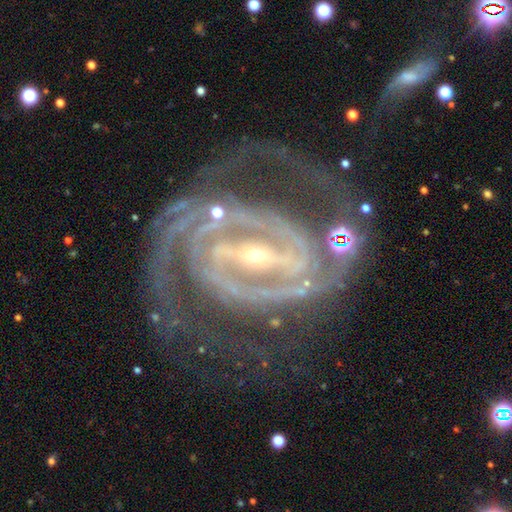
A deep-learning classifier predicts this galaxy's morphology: Q: Smooth or featured?
A: featured or disk (92%); runner-up: star or artifact (5%)
Q: Edge-on disk?
A: no (96%); runner-up: yes (4%)
Q: Bar?
A: strong (77%); runner-up: weak (17%)
Q: Spiral arms?
A: yes (97%); runner-up: no (3%)
Q: Spiral winding?
A: tight (62%); runner-up: medium (32%)
Q: Spiral arm count?
A: 2 (60%); runner-up: can't tell (12%)
Q: Bulge size?
A: small (75%); runner-up: moderate (21%)
Q: Merging?
A: none (57%); runner-up: minor disturbance (18%)